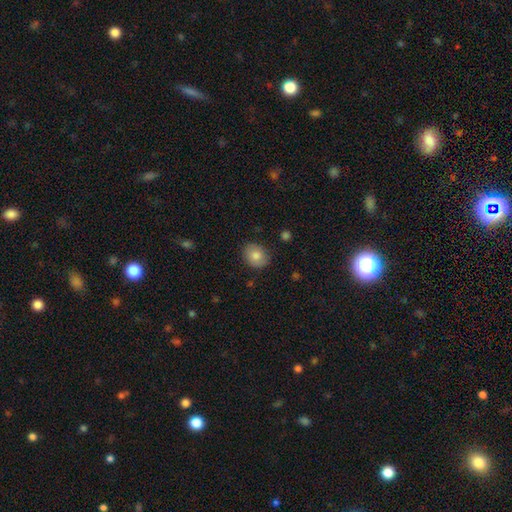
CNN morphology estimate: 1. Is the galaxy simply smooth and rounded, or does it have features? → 82% smooth, 10% featured or disk, 8% star or artifact.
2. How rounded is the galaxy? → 55% round, 44% in between, 1% cigar-shaped.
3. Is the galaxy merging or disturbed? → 85% none, 11% minor disturbance, 3% major disturbance, 1% merger.